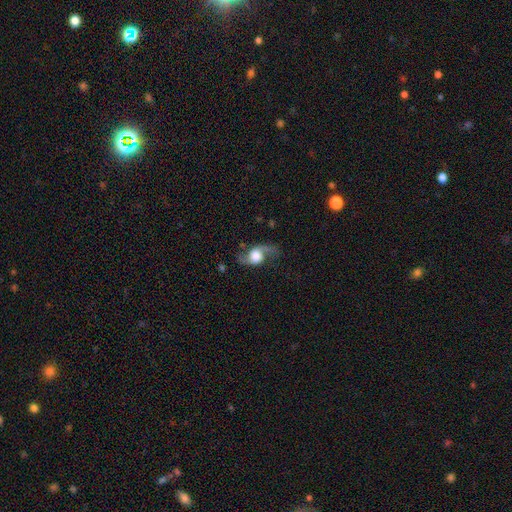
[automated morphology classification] This appears to be a featured or disk galaxy (76%) with no bar (65%), 2 (91%) loose (75%) spiral arms (92%) and a large central bulge (53%). Merging: none (67%).